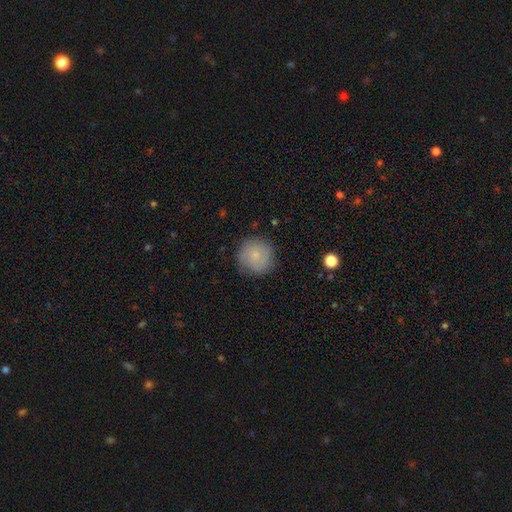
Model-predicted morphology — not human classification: type=smooth (72%); roundness=round (94%); merging=none (82%).